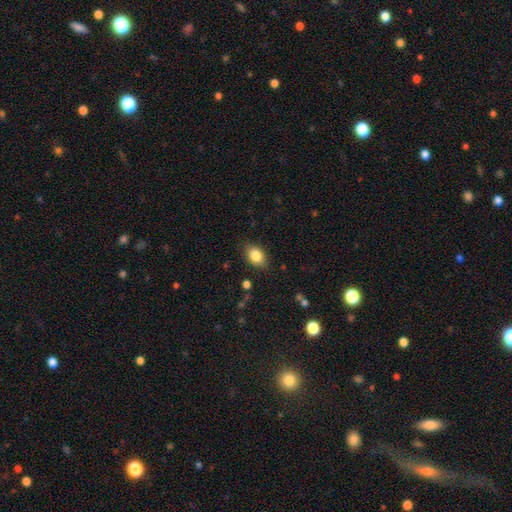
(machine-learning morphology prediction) This appears to be a smooth galaxy with no disk features (84%) that is in between round and cigar-shaped (81%). Merging: none (84%).